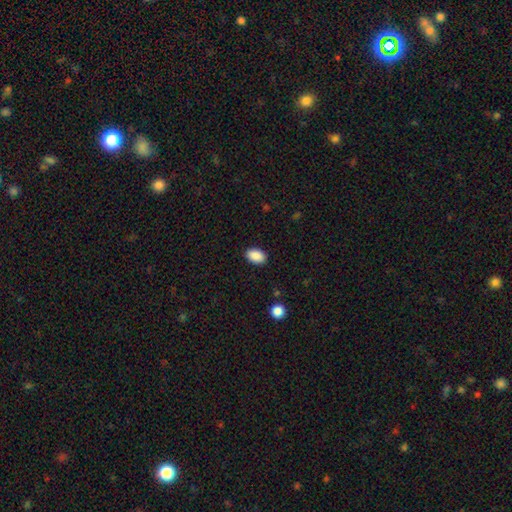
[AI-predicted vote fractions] Q: Smooth or featured?
A: smooth (90%); runner-up: star or artifact (7%)
Q: How rounded?
A: in between (90%); runner-up: round (9%)
Q: Merging?
A: none (89%); runner-up: minor disturbance (8%)